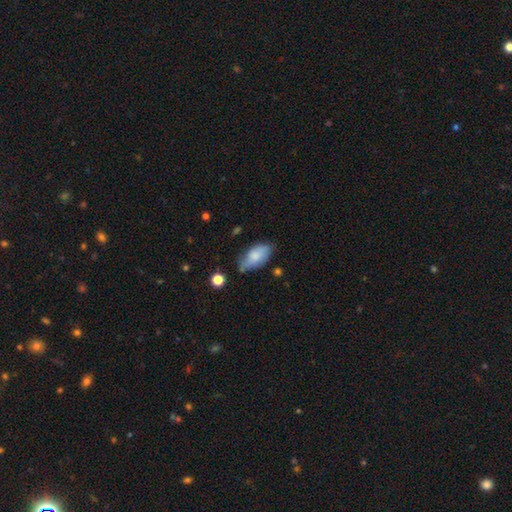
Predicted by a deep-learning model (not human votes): Q: Smooth or featured?
A: smooth (74%); runner-up: featured or disk (19%)
Q: How rounded?
A: in between (91%); runner-up: cigar-shaped (6%)
Q: Merging?
A: none (56%); runner-up: minor disturbance (33%)